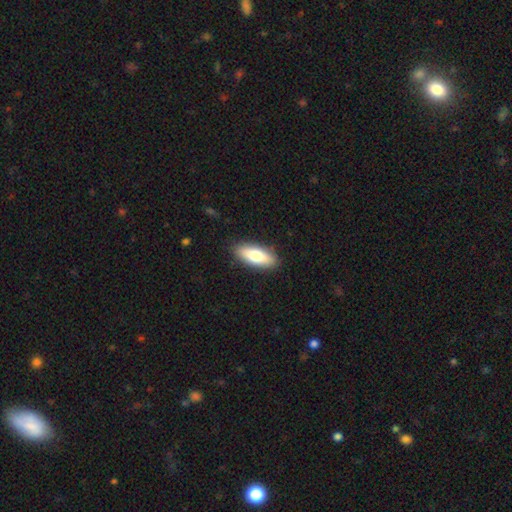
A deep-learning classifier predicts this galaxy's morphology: Overall: smooth (76%). How rounded: in between (76%). Merging: none (89%).